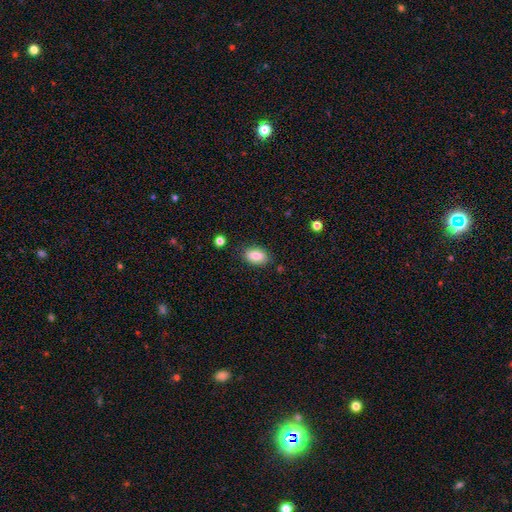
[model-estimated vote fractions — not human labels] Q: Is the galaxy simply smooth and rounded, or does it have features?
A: smooth — 85%.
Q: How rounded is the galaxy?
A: in between — 91%.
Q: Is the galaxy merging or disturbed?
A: none — 84%.